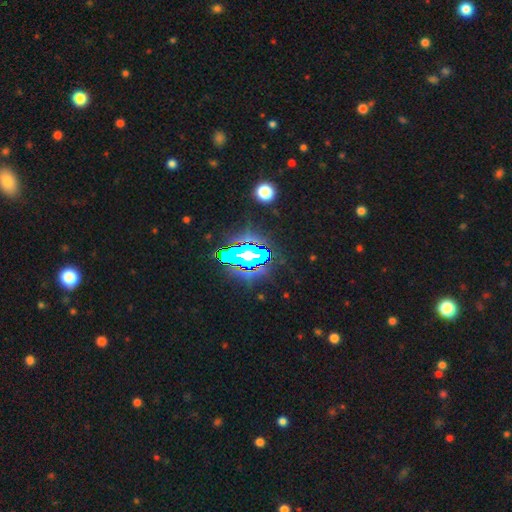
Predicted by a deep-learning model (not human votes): Smooth or featured? Predicted: star or artifact (p=0.79).